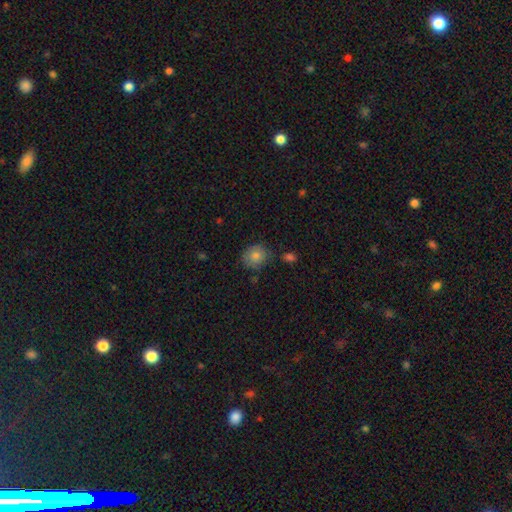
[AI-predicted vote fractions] smooth 81%, star or artifact 10%, featured or disk 9%. Down the decision tree: how rounded — round (77%); merging — none (77%).